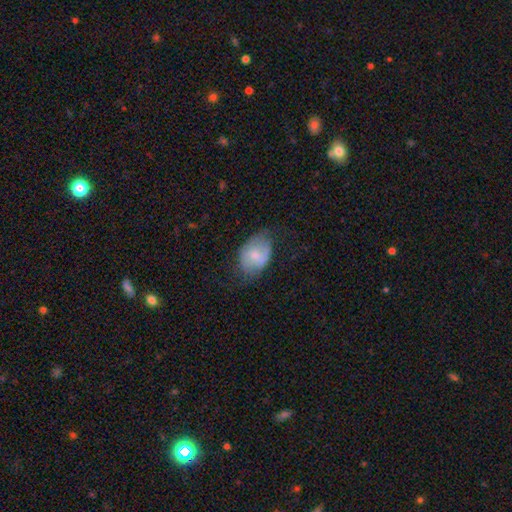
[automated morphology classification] Smooth or featured: smooth — 63% (featured or disk — 30%)
How rounded: in between — 78% (round — 21%)
Merging: none — 51% (minor disturbance — 34%)